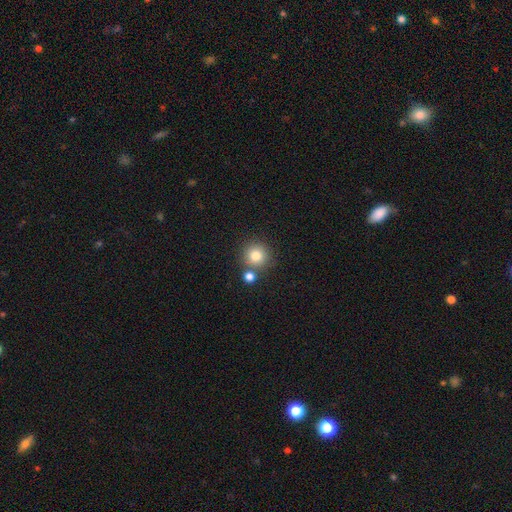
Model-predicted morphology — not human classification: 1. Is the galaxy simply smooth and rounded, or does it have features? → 80% smooth, 12% star or artifact, 8% featured or disk.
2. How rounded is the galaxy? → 93% round, 6% in between, 1% cigar-shaped.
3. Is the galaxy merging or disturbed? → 72% none, 17% merger, 9% minor disturbance, 3% major disturbance.